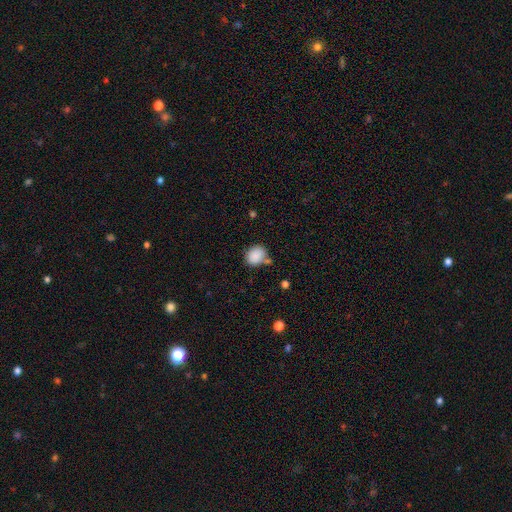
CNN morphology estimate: Smooth or featured? smooth (87%)
How rounded? round (59%)
Merging? none (67%)